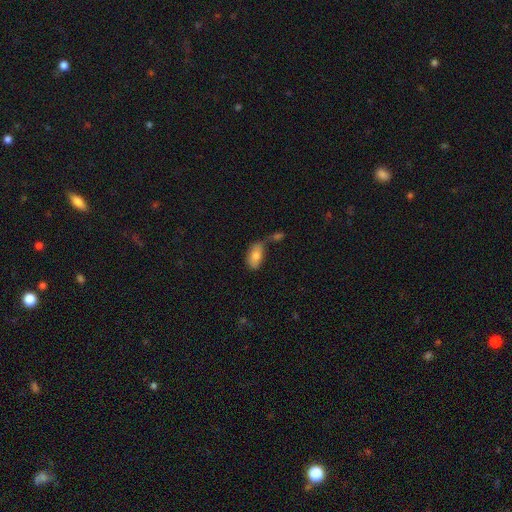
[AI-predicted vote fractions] Smooth or featured? smooth (77%)
How rounded? in between (92%)
Merging? none (40%)